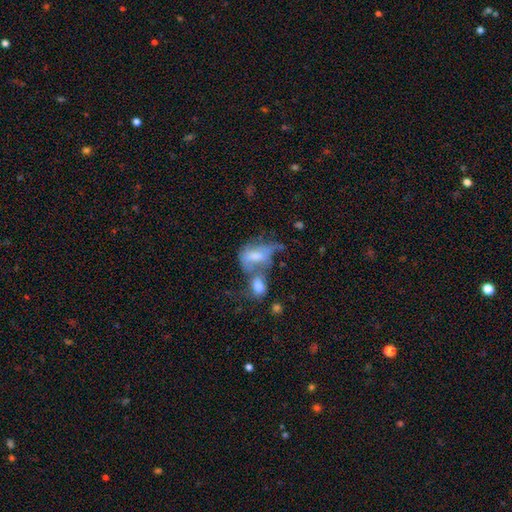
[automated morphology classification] type=smooth (53%); roundness=in between (83%); merging=merger (56%).